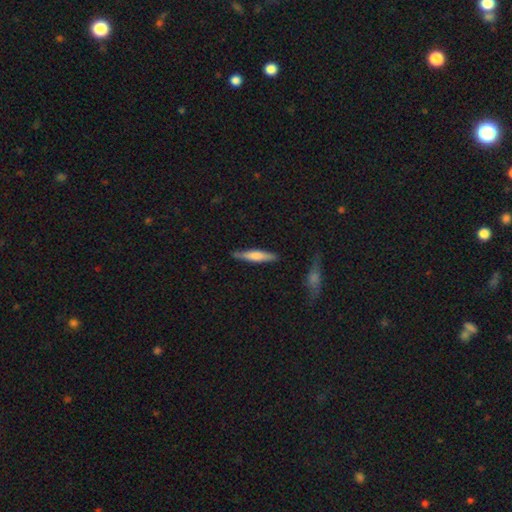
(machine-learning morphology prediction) Overall: smooth (58%; featured or disk 36%). How rounded: cigar-shaped (86%). Merging: none (82%).